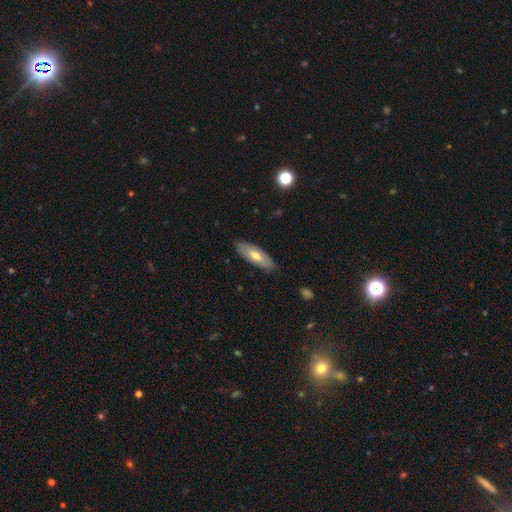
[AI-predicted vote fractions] A smooth galaxy with no disk features (59%) that is in between round and cigar-shaped (66%).

Vote fractions:
- Smooth or featured? smooth: 59% / featured or disk: 35% / star or artifact: 6%
- How rounded? in between: 66% / cigar-shaped: 32% / round: 2%
- Merging? none: 86% / minor disturbance: 11% / major disturbance: 2% / merger: 1%